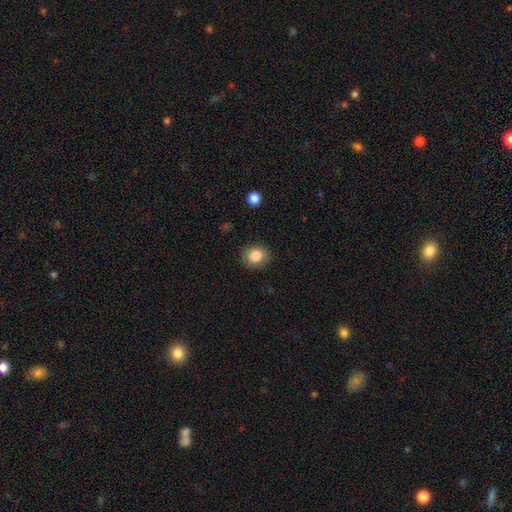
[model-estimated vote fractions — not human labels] Overall: smooth (84%). How rounded: round (70%). Merging: none (87%).